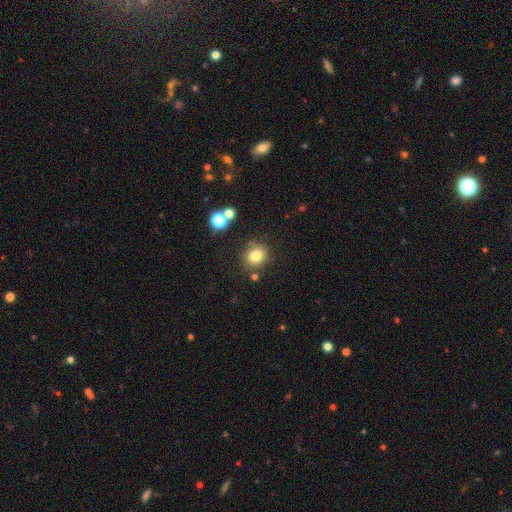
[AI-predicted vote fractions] Overall: smooth (80%). How rounded: round (81%). Merging: none (79%).